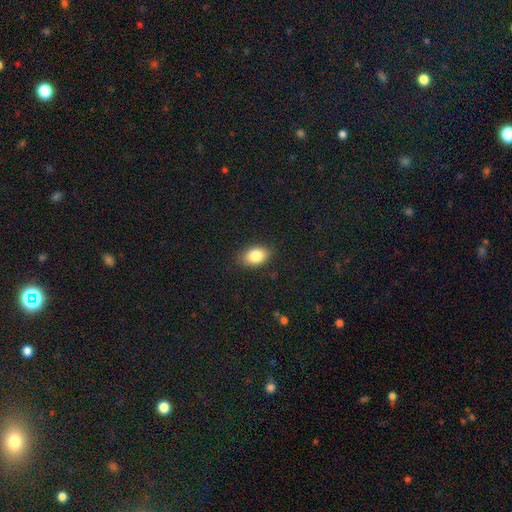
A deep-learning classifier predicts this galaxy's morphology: smooth 83%, star or artifact 8%, featured or disk 8%. Down the decision tree: how rounded — in between (82%); merging — none (86%).